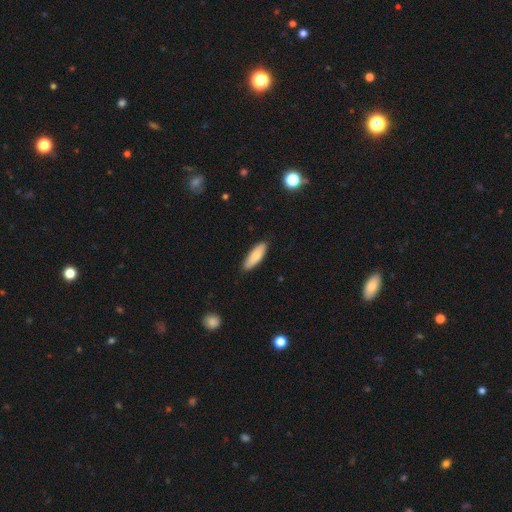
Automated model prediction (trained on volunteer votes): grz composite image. It shows a smooth galaxy with no disk features (81%) that is in between round and cigar-shaped (55%). Merging: none (86%).